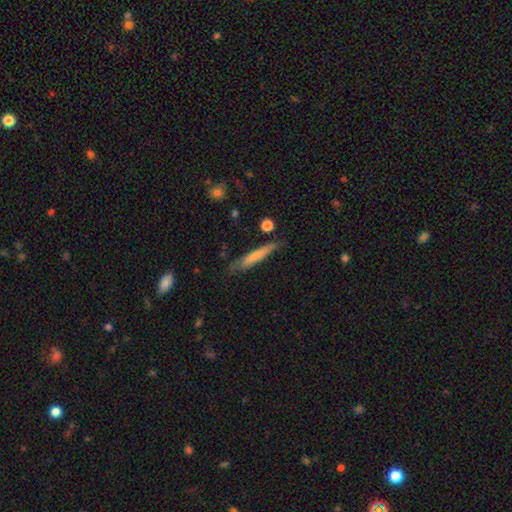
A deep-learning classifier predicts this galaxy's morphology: smooth_or_featured: smooth (p=0.65) [alt: featured or disk p=0.29]
how_rounded: cigar-shaped (p=0.92) [alt: in between p=0.06]
merging: none (p=0.73) [alt: minor disturbance p=0.20]